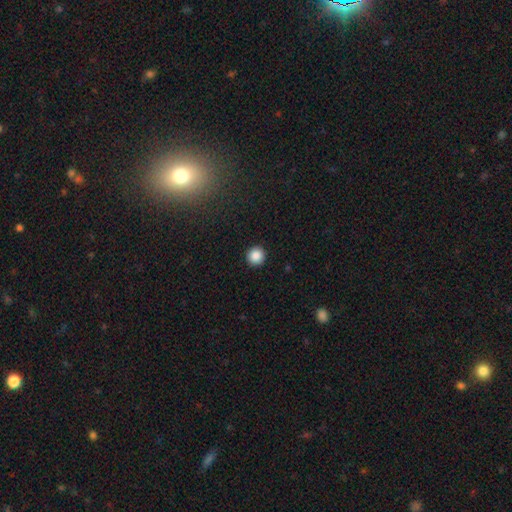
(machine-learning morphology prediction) A smooth galaxy with no disk features (87%) that is round (96%).

Vote fractions:
- Smooth or featured? smooth: 87% / star or artifact: 10% / featured or disk: 3%
- How rounded? round: 96% / in between: 3% / cigar-shaped: 1%
- Merging? none: 93% / minor disturbance: 4% / major disturbance: 2% / merger: 1%